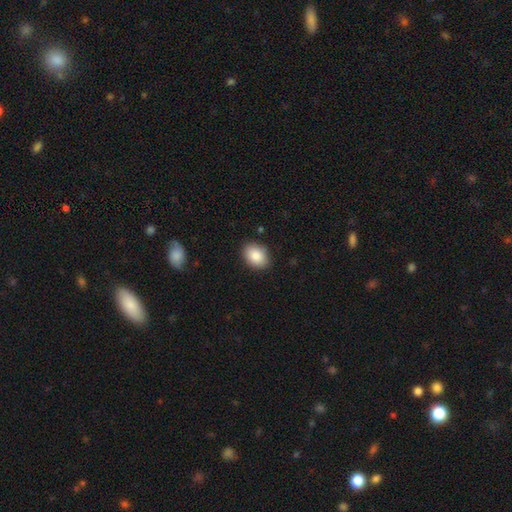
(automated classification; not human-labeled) The model was most divided on "how rounded": in between: 76%, round: 23%, cigar-shaped: 1%. More confident: smooth or featured — smooth (87%); merging — none (87%).